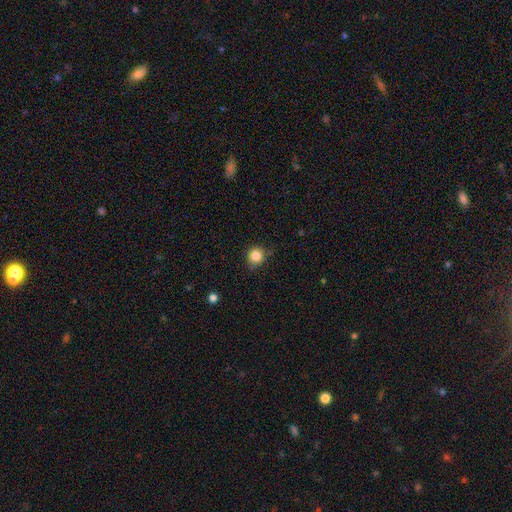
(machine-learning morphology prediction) smooth 84%, star or artifact 11%, featured or disk 5%. Down the decision tree: how rounded — round (88%); merging — none (79%).